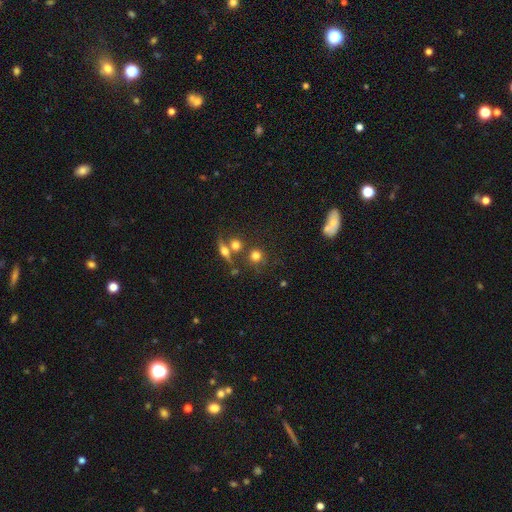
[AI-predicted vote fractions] Morphology: type=smooth (72%); roundness=round (88%); merging=none (62%).